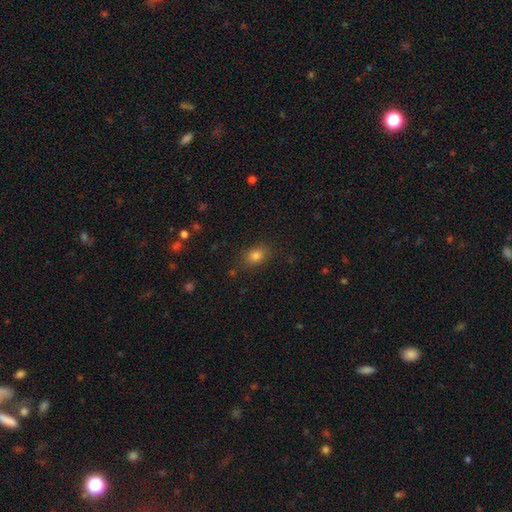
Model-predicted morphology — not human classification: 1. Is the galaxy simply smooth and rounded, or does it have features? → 79% smooth, 13% star or artifact, 8% featured or disk.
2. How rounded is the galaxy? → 69% in between, 29% round, 2% cigar-shaped.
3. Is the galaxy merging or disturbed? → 84% none, 11% minor disturbance, 3% major disturbance, 1% merger.